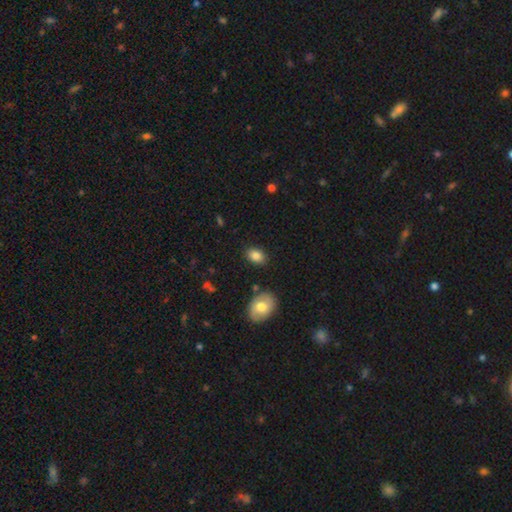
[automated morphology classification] The model was most divided on "how rounded": in between: 79%, round: 19%, cigar-shaped: 1%. More confident: smooth or featured — smooth (85%); merging — none (84%).